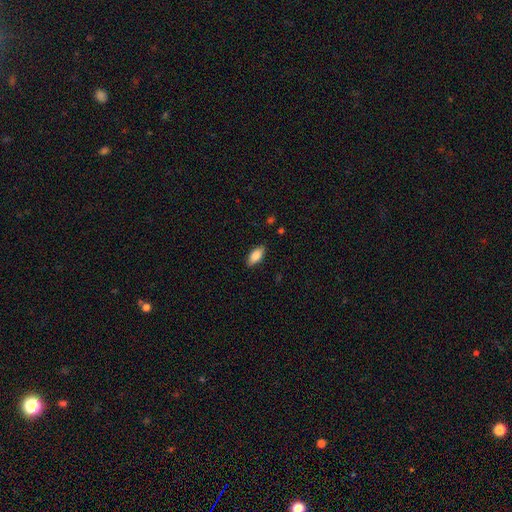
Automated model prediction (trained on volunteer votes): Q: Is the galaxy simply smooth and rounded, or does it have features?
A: smooth — 81%.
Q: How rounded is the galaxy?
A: in between — 83%.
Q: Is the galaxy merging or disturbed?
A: none — 88%.